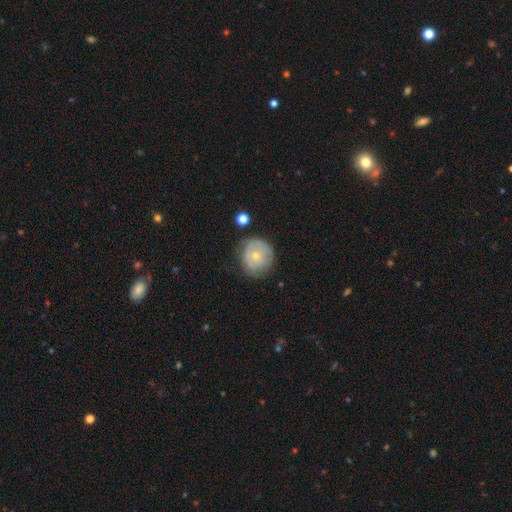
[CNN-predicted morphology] smooth_or_featured: smooth (p=0.56) [alt: featured or disk p=0.36]
how_rounded: round (p=0.86) [alt: in between p=0.13]
merging: none (p=0.64) [alt: minor disturbance p=0.25]